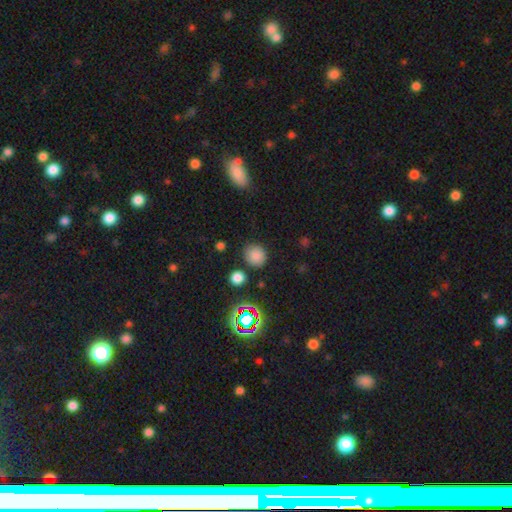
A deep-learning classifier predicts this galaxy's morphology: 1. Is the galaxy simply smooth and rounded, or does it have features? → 79% smooth, 16% star or artifact, 5% featured or disk.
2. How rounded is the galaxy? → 87% round, 12% in between, 1% cigar-shaped.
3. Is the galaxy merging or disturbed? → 81% none, 11% minor disturbance, 4% merger, 3% major disturbance.